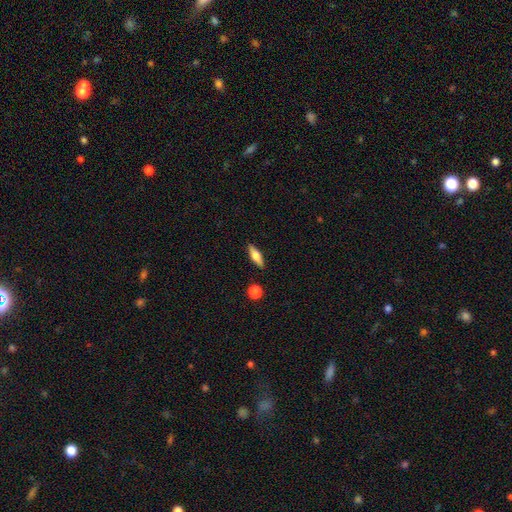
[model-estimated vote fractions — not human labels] Smooth or featured: smooth — 55% (featured or disk — 38%)
How rounded: in between — 53% (cigar-shaped — 43%)
Merging: none — 87% (minor disturbance — 9%)